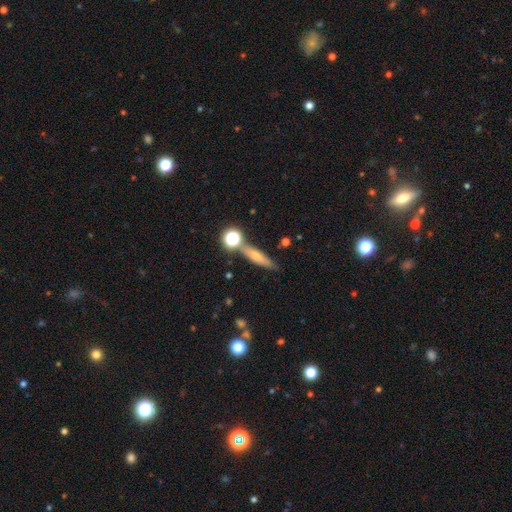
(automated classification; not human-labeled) Q: Smooth or featured?
A: smooth (61%); runner-up: featured or disk (27%)
Q: How rounded?
A: cigar-shaped (70%); runner-up: in between (22%)
Q: Merging?
A: none (71%); runner-up: minor disturbance (13%)